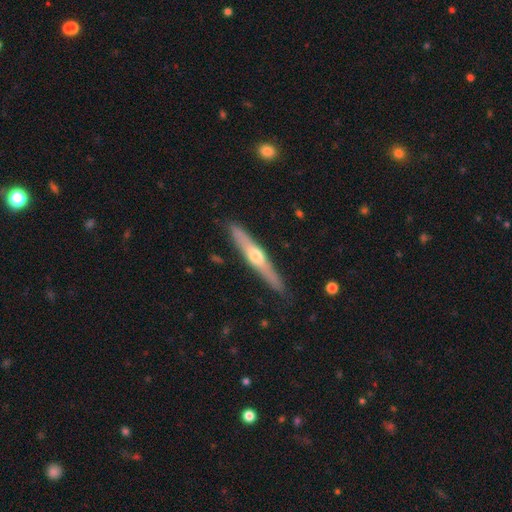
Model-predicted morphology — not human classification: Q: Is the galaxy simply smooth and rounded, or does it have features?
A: featured or disk — 60%.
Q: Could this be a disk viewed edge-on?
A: yes — 94%.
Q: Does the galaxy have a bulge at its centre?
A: rounded — 87%.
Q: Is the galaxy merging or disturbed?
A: none — 88%.